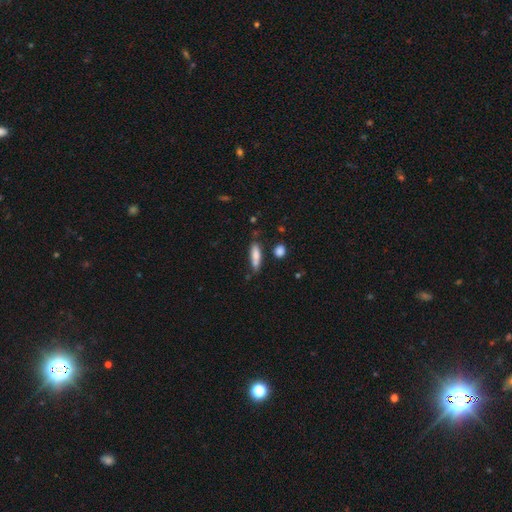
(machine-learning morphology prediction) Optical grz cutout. It shows a smooth galaxy with no disk features (77%) that is cigar-shaped (59%). Merging: none (55%).